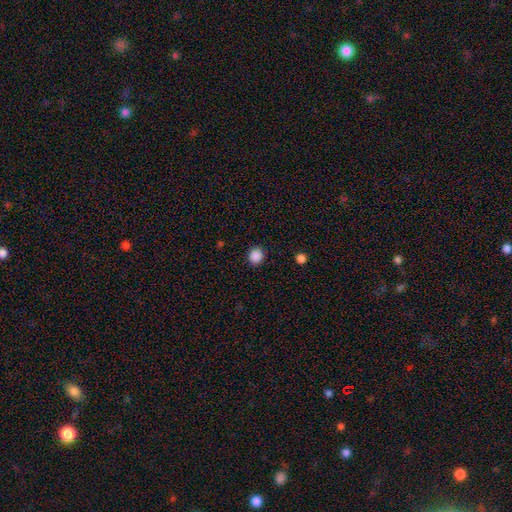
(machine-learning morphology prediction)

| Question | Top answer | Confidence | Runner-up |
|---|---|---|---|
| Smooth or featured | smooth | 88% | star or artifact (10%) |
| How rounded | round | 81% | in between (18%) |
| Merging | none | 90% | minor disturbance (6%) |